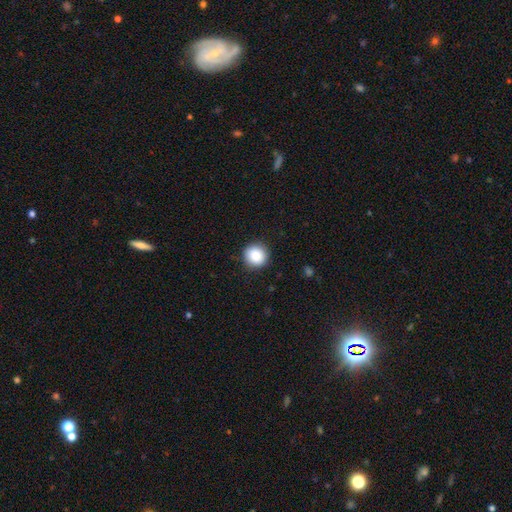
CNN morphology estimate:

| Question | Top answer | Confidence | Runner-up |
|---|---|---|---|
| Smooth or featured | smooth | 88% | star or artifact (8%) |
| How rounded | round | 94% | in between (6%) |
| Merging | none | 90% | minor disturbance (7%) |